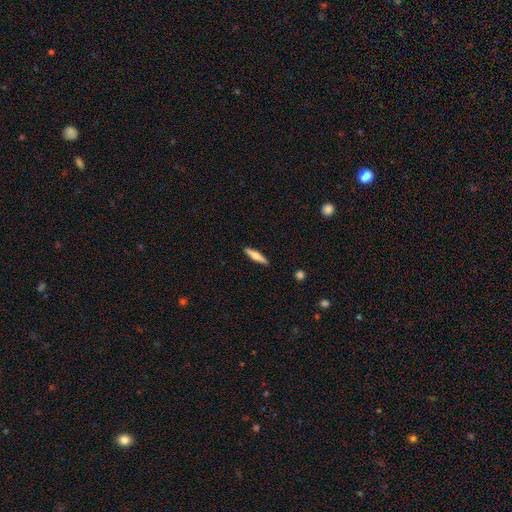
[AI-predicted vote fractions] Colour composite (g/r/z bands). It shows a smooth galaxy with no disk features (56%) that is cigar-shaped (82%). Merging: none (90%).